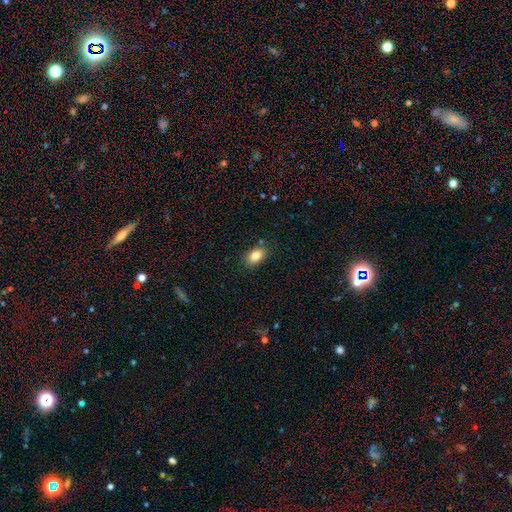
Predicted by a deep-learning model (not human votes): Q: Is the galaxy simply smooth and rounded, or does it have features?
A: smooth — 83%.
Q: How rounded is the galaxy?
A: in between — 86%.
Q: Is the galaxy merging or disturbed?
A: none — 84%.